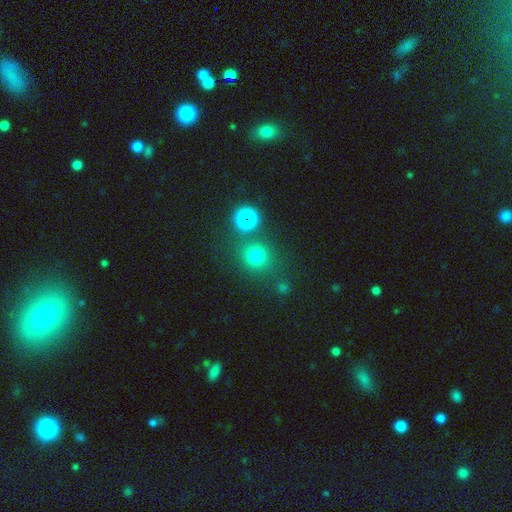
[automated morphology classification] Smooth or featured? smooth (74%)
How rounded? round (91%)
Merging? none (79%)